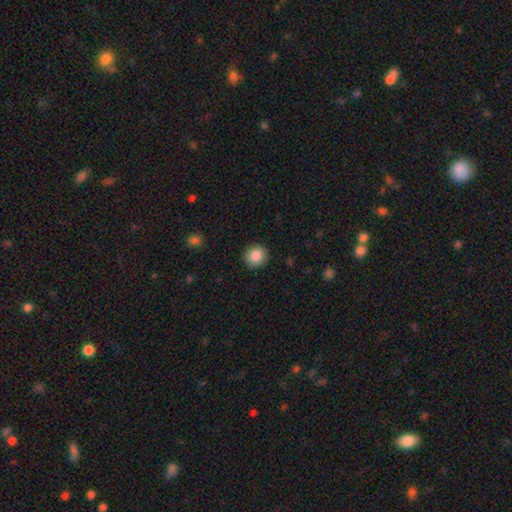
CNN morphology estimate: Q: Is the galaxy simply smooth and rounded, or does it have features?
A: smooth — 88%.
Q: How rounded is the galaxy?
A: round — 92%.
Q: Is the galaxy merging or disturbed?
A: none — 91%.